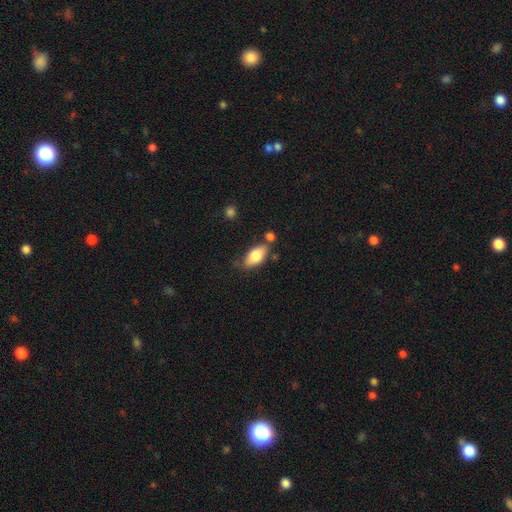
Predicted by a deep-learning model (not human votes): Smooth or featured? smooth (77%)
How rounded? in between (88%)
Merging? none (66%)